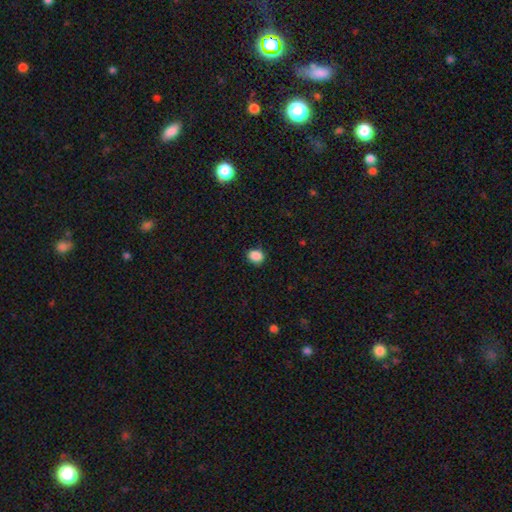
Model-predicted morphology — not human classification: This appears to be a smooth galaxy with no disk features (88%) that is round (50%). Merging: none (84%).